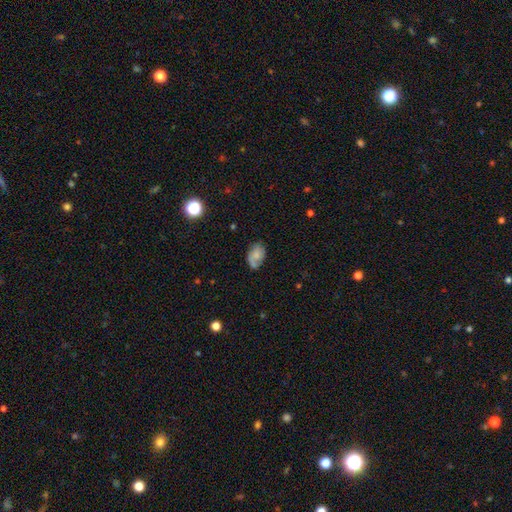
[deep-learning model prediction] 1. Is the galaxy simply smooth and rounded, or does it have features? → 60% smooth, 29% featured or disk, 10% star or artifact.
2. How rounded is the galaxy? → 83% in between, 16% round, 1% cigar-shaped.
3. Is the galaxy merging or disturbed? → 53% none, 27% minor disturbance, 13% major disturbance, 7% merger.